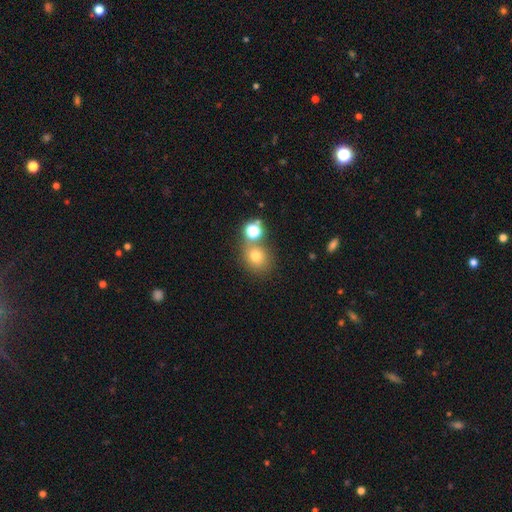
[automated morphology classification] The model was most divided on "merging": none: 62%, merger: 24%, minor disturbance: 10%, major disturbance: 4%. More confident: how rounded — round (75%); smooth or featured — smooth (73%).